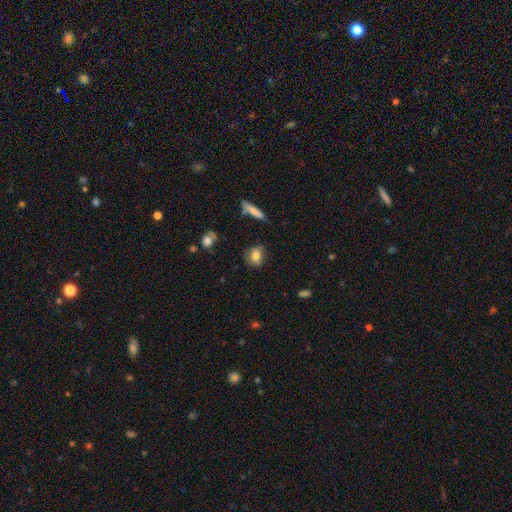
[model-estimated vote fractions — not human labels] This is likely a smooth galaxy (75%). How rounded: possibly in between (54%). Merging: likely none (72%).